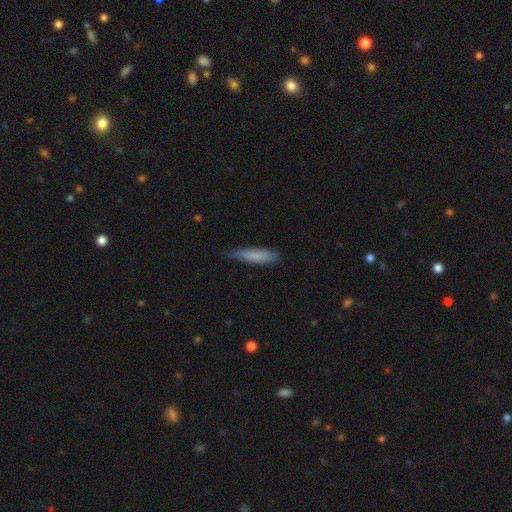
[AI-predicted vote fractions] Smooth or featured? smooth (78%)
How rounded? cigar-shaped (81%)
Merging? none (77%)